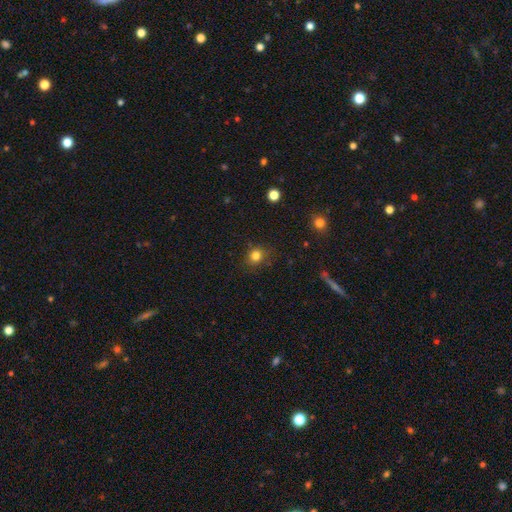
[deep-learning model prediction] smooth-or-featured: smooth: 81% | star or artifact: 13% | featured or disk: 5%
  how-rounded: round: 82% | in between: 17% | cigar-shaped: 1%
  merging: none: 82% | minor disturbance: 13% | major disturbance: 4% | merger: 2%